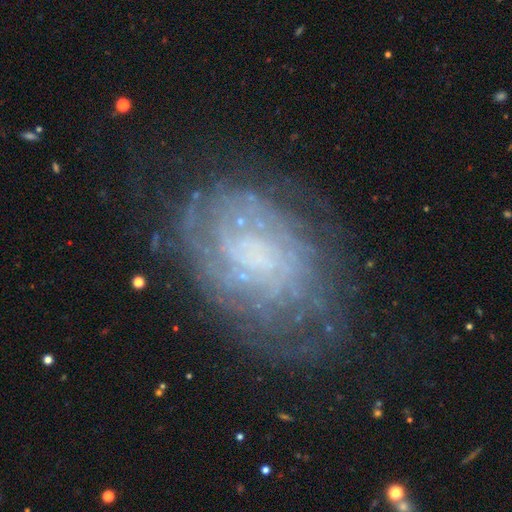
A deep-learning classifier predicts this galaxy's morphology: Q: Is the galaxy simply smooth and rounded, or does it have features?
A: featured or disk — 74%.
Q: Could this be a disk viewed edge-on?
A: no — 97%.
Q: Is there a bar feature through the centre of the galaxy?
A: no — 70%.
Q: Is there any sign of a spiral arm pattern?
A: yes — 80%.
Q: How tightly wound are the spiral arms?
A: tight — 69%.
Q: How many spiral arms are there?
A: can't tell — 59%.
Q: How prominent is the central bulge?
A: none — 56%.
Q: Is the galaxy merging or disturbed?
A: none — 66%.